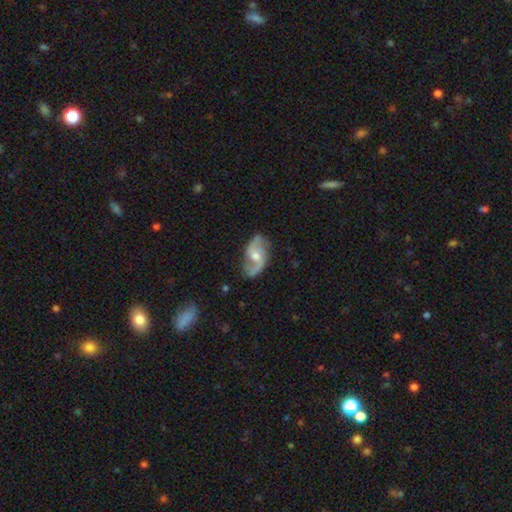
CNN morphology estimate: Smooth or featured: featured or disk — 88% (smooth — 8%)
Edge-on disk: no — 97% (yes — 3%)
Bar: no — 49% (weak — 42%)
Spiral arms: yes — 96% (no — 4%)
Spiral winding: loose — 55% (medium — 36%)
Spiral arm count: 2 — 93% (can't tell — 2%)
Bulge size: moderate — 63% (small — 31%)
Merging: none — 78% (minor disturbance — 16%)